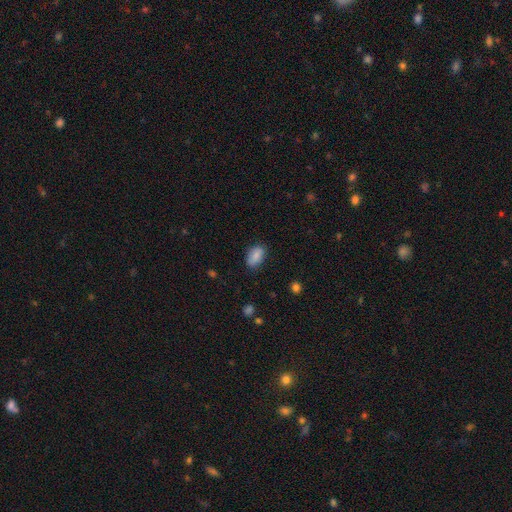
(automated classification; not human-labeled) Smooth or featured? Predicted: smooth (p=0.85). How rounded? Predicted: in between (p=0.91). Merging? Predicted: none (p=0.81).